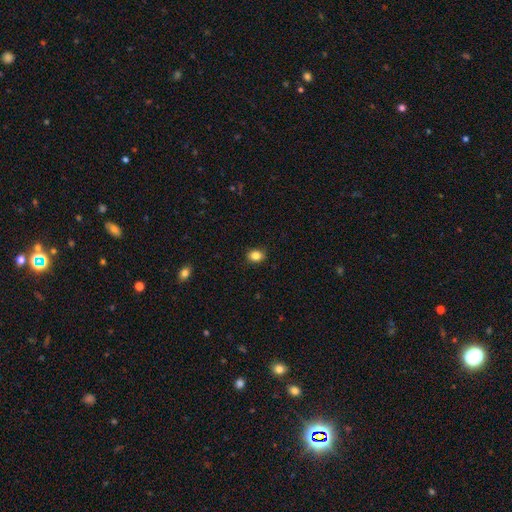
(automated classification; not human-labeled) Smooth or featured? smooth (85%)
How rounded? in between (52%)
Merging? none (89%)